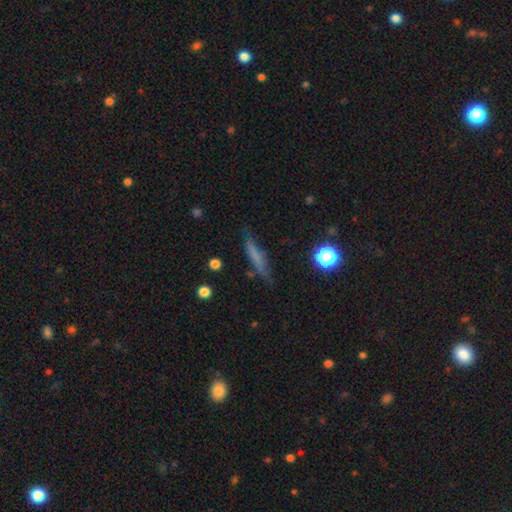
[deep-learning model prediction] A smooth galaxy with no disk features (62%) that is cigar-shaped (85%). Merging: none (75%).